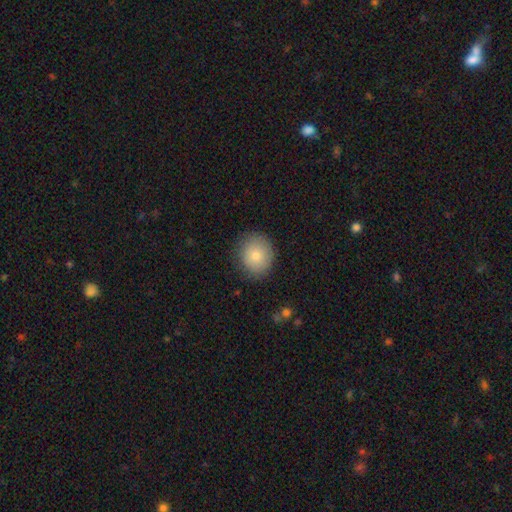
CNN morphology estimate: smooth_or_featured: smooth (p=0.80) [alt: featured or disk p=0.11]
how_rounded: round (p=0.76) [alt: in between p=0.23]
merging: none (p=0.82) [alt: minor disturbance p=0.13]